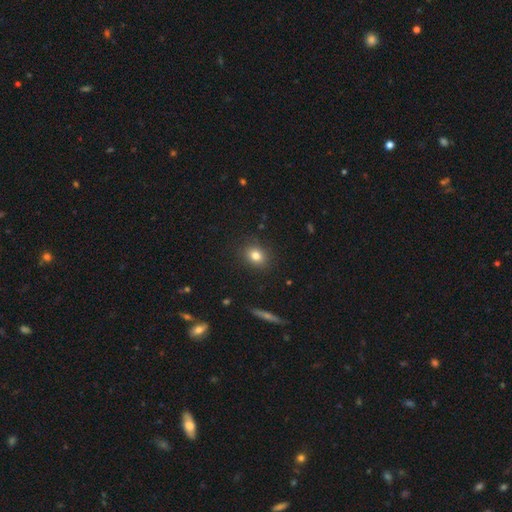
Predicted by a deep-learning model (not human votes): Morphology: type=smooth (80%); roundness=round (58%); merging=none (87%).